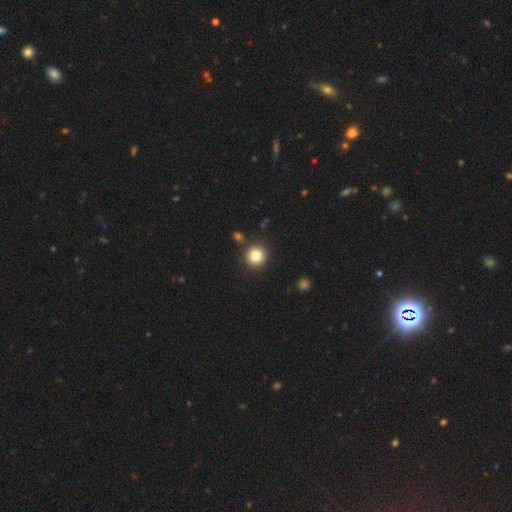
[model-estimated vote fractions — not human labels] Smooth or featured? smooth (83%)
How rounded? round (93%)
Merging? none (87%)